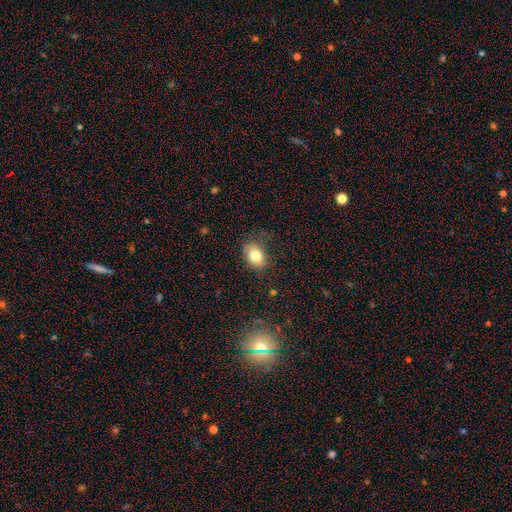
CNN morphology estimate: A smooth galaxy with no disk features (80%) that is in between round and cigar-shaped (72%). Merging: none (71%).